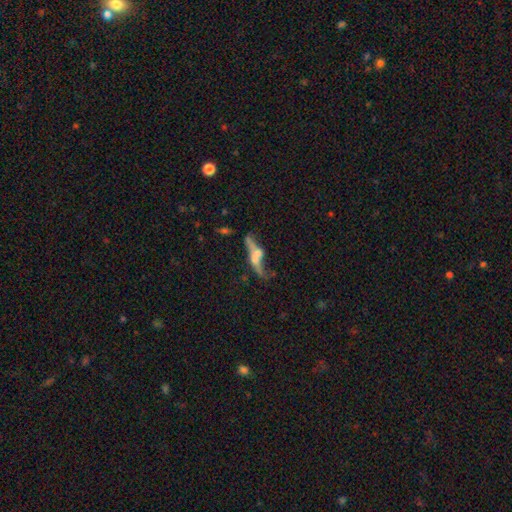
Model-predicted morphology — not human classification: Smooth or featured?
  - featured or disk: 58% *
  - smooth: 31%
  - star or artifact: 11%
Edge-on disk?
  - yes: 65% *
  - no: 35%
Merging?
  - none: 35% * (tied)
  - merger: 35% * (tied)
  - minor disturbance: 15%
  - major disturbance: 15%